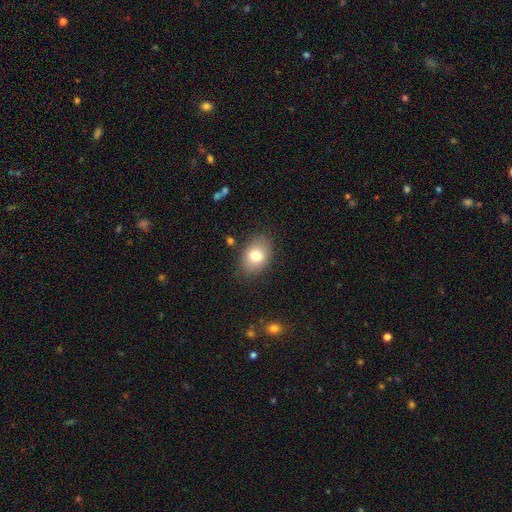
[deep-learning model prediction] This appears to be a smooth galaxy with no disk features (79%) that is in between round and cigar-shaped (76%). Merging: none (83%).